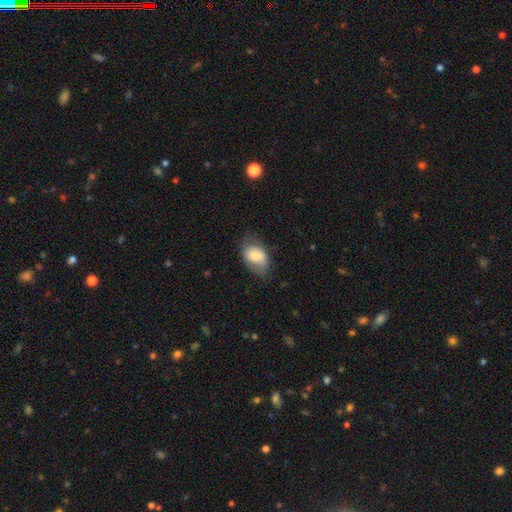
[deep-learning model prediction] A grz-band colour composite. It shows a smooth galaxy with no disk features (74%) that is in between round and cigar-shaped (86%). Merging: none (66%).